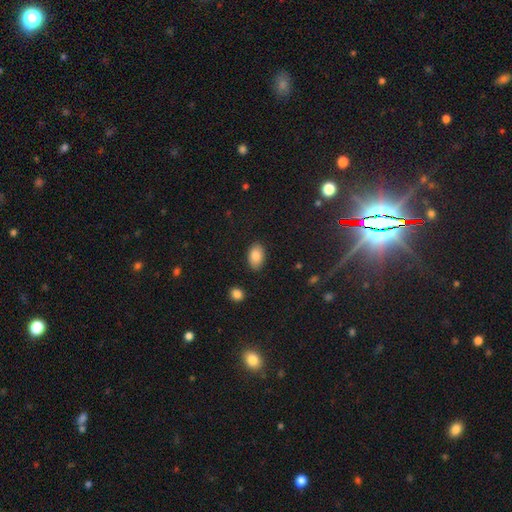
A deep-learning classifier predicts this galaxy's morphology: A smooth galaxy with no disk features (85%) that is in between round and cigar-shaped (90%). Merging: none (85%).